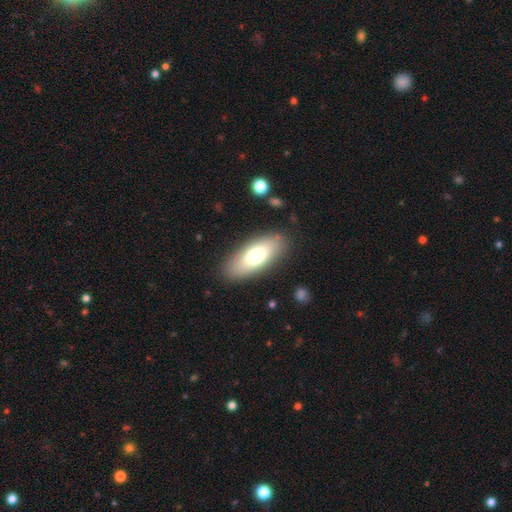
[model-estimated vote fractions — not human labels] This is likely a smooth galaxy (73%). How rounded: clearly in between (80%). Merging: clearly none (85%).